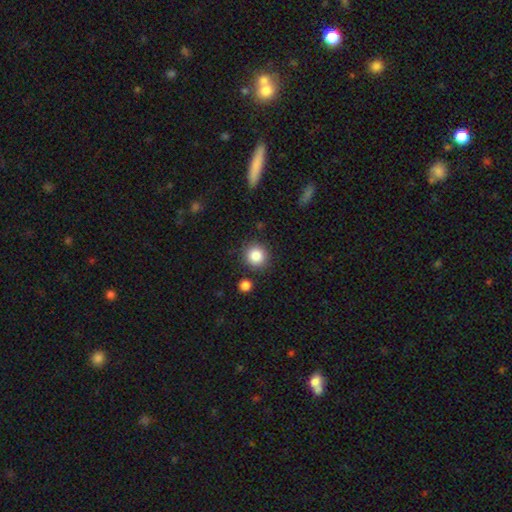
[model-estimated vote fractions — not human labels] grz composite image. It shows a smooth galaxy with no disk features (86%) that is round (93%). Merging: none (87%).